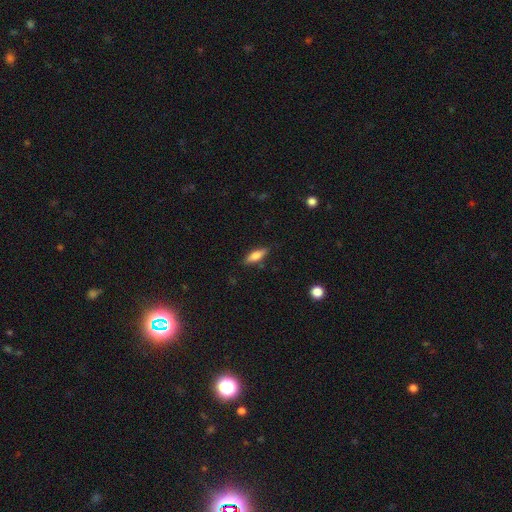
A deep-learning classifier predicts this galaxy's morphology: Smooth or featured: smooth — 73% (featured or disk — 20%)
How rounded: in between — 56% (cigar-shaped — 42%)
Merging: none — 83% (minor disturbance — 13%)